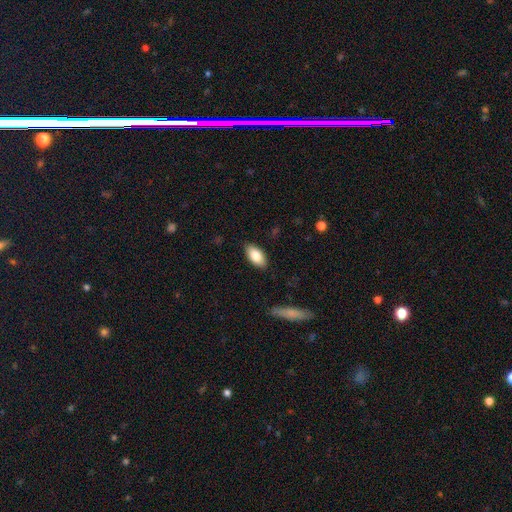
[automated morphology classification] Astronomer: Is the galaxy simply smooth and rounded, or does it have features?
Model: smooth — 83%.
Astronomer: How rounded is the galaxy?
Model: in between — 93%.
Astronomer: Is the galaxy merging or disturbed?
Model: none — 88%.